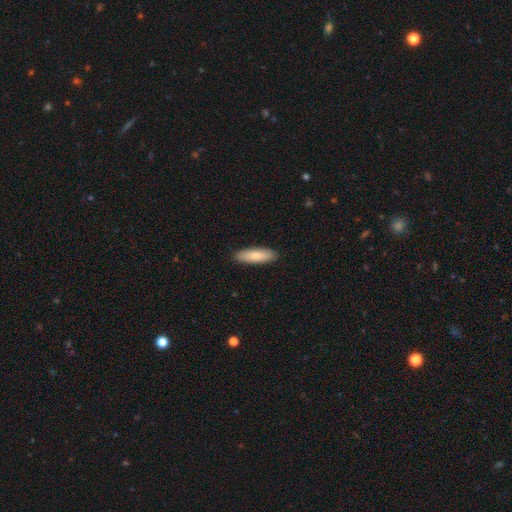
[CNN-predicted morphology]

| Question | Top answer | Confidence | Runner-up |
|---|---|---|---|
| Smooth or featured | smooth | 82% | featured or disk (12%) |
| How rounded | cigar-shaped | 50% | in between (48%) |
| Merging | none | 90% | minor disturbance (7%) |